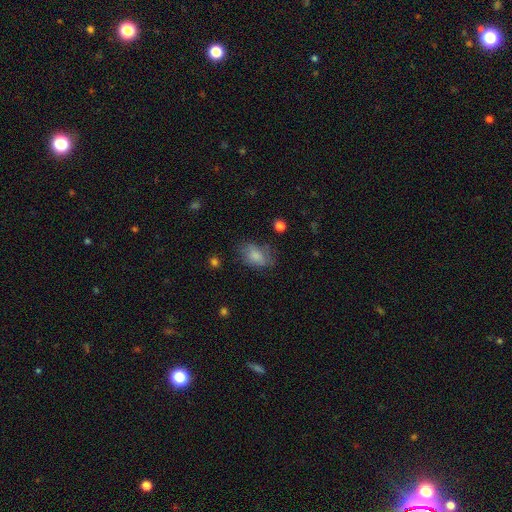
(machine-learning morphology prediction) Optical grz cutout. It shows a smooth galaxy with no disk features (78%) that is in between round and cigar-shaped (87%). Merging: none (59%).